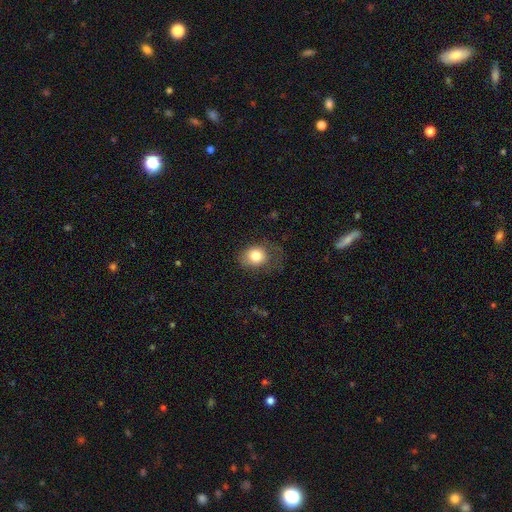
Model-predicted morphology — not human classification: smooth_or_featured: smooth (p=0.80) [alt: featured or disk p=0.10]
how_rounded: round (p=0.58) [alt: in between p=0.41]
merging: none (p=0.57) [alt: minor disturbance p=0.25]